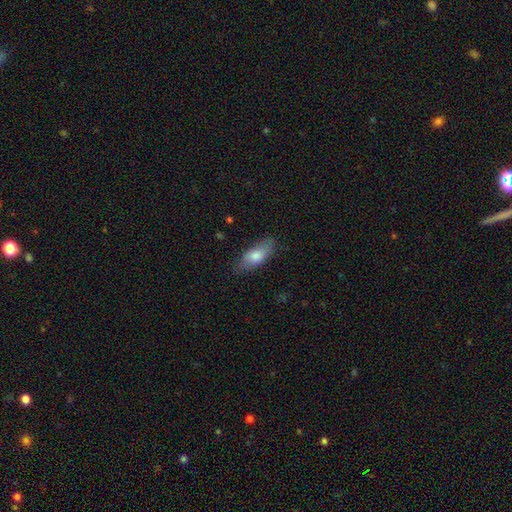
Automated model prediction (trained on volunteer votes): A smooth galaxy with no disk features (73%) that is in between round and cigar-shaped (77%). Merging: none (79%).